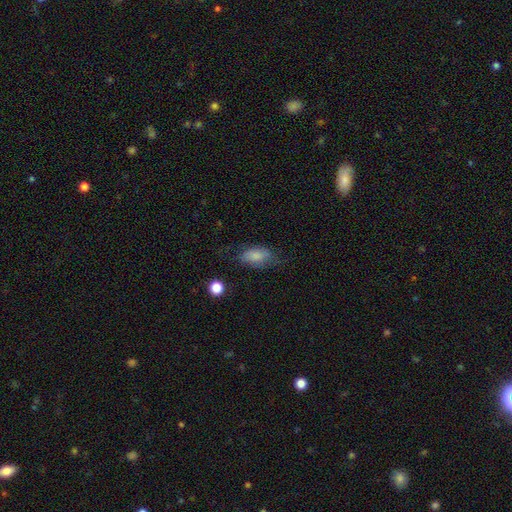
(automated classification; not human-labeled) Smooth or featured: smooth — 78% (featured or disk — 14%)
How rounded: in between — 89% (cigar-shaped — 6%)
Merging: none — 59% (minor disturbance — 27%)